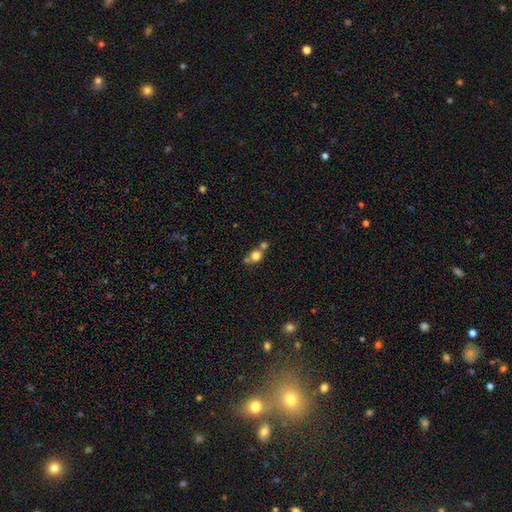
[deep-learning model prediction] Smooth or featured?
  - smooth: 75% *
  - featured or disk: 13%
  - star or artifact: 12%
How rounded?
  - round: 76% *
  - in between: 22%
  - cigar-shaped: 2%
Merging?
  - none: 43% *
  - merger: 42%
  - minor disturbance: 11%
  - major disturbance: 5%